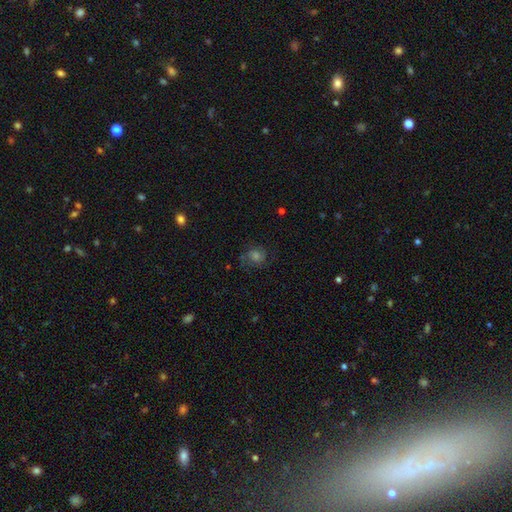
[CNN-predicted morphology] Smooth or featured: featured or disk — 37% (tied with smooth — 37%)
Merging: none — 72% (minor disturbance — 16%)